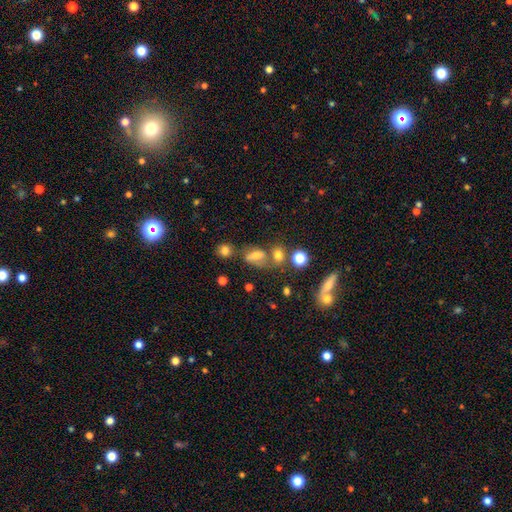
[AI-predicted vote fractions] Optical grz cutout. It shows a smooth galaxy with no disk features (57%) that is in between round and cigar-shaped (74%). Merging: none (40%).